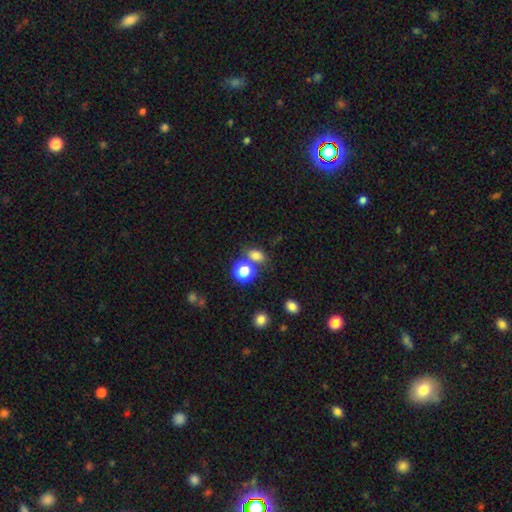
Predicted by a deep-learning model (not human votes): Smooth or featured?
  - smooth: 75% *
  - star or artifact: 18%
  - featured or disk: 7%
How rounded?
  - in between: 63% *
  - round: 35%
  - cigar-shaped: 2%
Merging?
  - none: 67% *
  - merger: 17%
  - minor disturbance: 12%
  - major disturbance: 4%